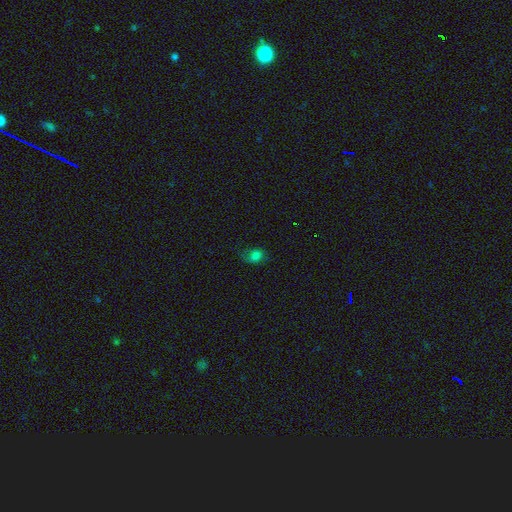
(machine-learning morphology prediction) A smooth galaxy with no disk features (70%) that is in between round and cigar-shaped (64%).

Vote fractions:
- Smooth or featured? smooth: 70% / star or artifact: 19% / featured or disk: 11%
- How rounded? in between: 64% / round: 35% / cigar-shaped: 2%
- Merging? none: 53% / minor disturbance: 29% / major disturbance: 16% / merger: 2%